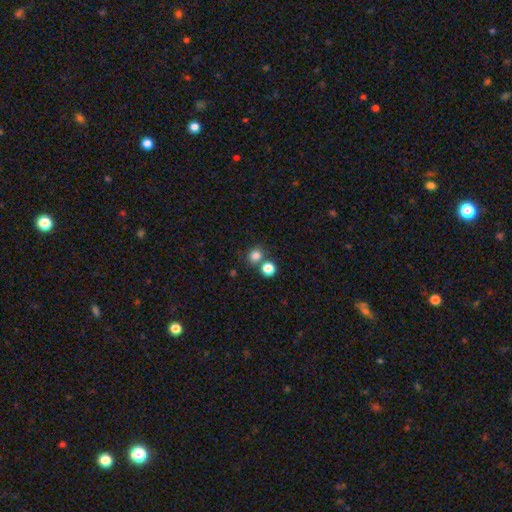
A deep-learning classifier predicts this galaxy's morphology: This is clearly a smooth galaxy (81%). How rounded: likely round (79%). Merging: likely none (67%).